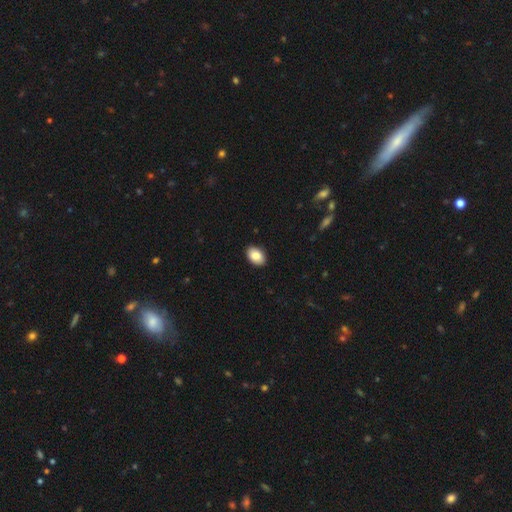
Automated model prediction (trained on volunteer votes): This appears to be a smooth galaxy with no disk features (85%) that is in between round and cigar-shaped (85%). Merging: none (91%).